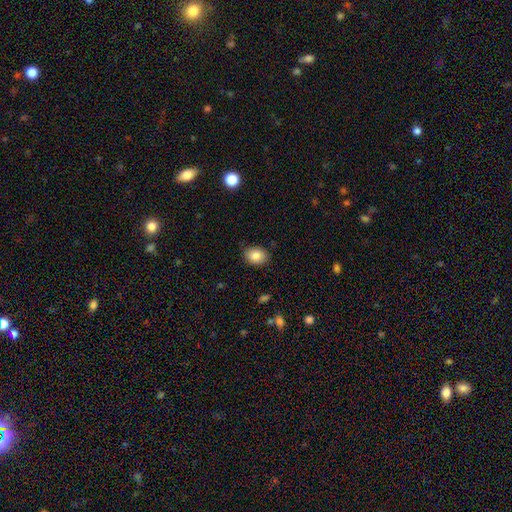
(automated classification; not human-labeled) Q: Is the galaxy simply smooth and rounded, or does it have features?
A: smooth — 85%.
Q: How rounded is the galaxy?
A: in between — 64%.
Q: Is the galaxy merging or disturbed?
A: none — 83%.